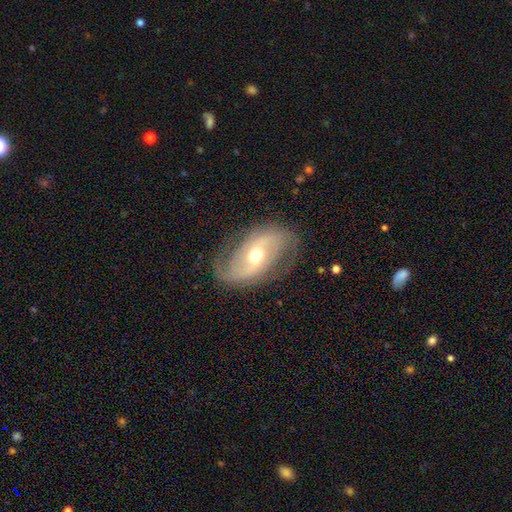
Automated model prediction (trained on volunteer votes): Smooth or featured: featured or disk — 84% (smooth — 11%)
Edge-on disk: no — 95% (yes — 5%)
Bar: no — 39% (tied with weak — 39%)
Spiral arms: yes — 92% (no — 8%)
Spiral winding: medium — 45% (loose — 35%)
Spiral arm count: 2 — 89% (can't tell — 5%)
Bulge size: moderate — 70% (small — 22%)
Merging: none — 77% (minor disturbance — 15%)